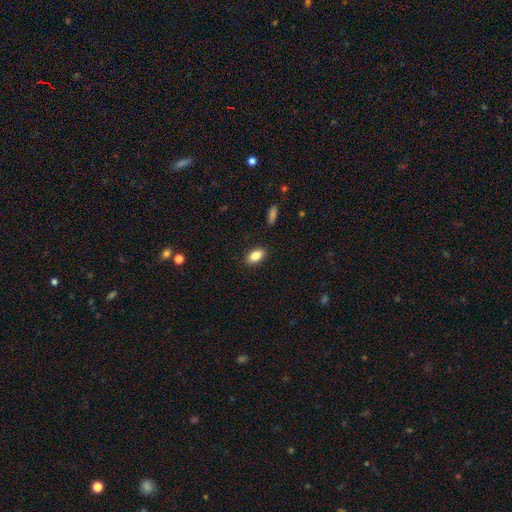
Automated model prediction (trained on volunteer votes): Smooth or featured?
  - smooth: 85% *
  - star or artifact: 8%
  - featured or disk: 7%
How rounded?
  - in between: 90% *
  - round: 7%
  - cigar-shaped: 4%
Merging?
  - none: 88% *
  - minor disturbance: 9%
  - major disturbance: 2%
  - merger: 1%